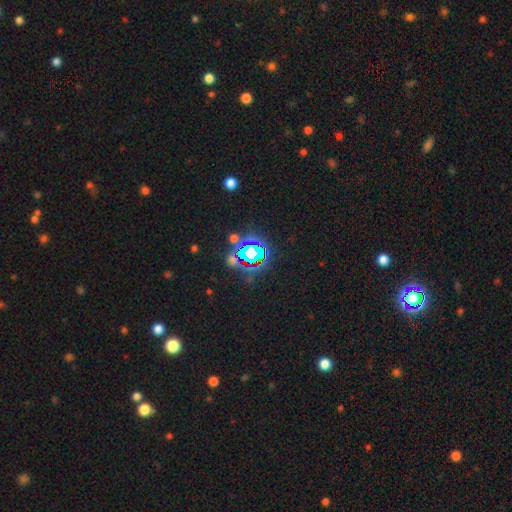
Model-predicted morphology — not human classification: Overall: star or artifact (81%).